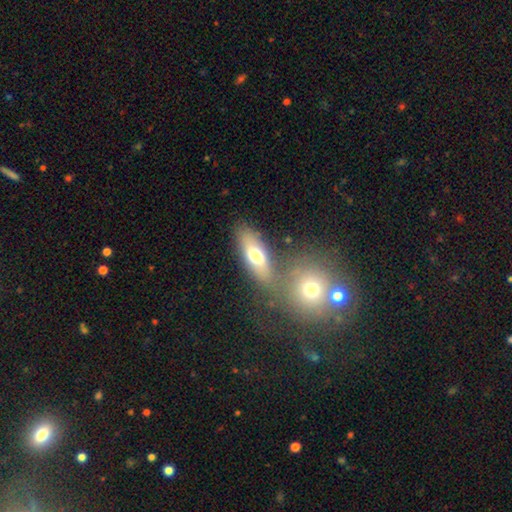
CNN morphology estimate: The model was most divided on "smooth or featured": smooth: 67%, featured or disk: 26%, star or artifact: 8%. More confident: how rounded — in between (71%); merging — none (63%).